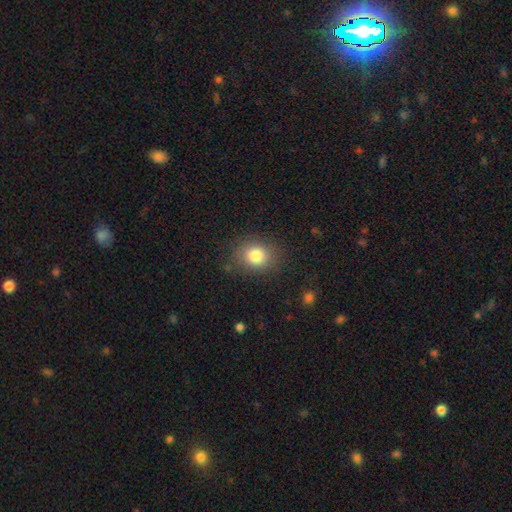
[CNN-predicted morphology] Overall: smooth (82%). How rounded: round (66%; in between 33%). Merging: none (83%).